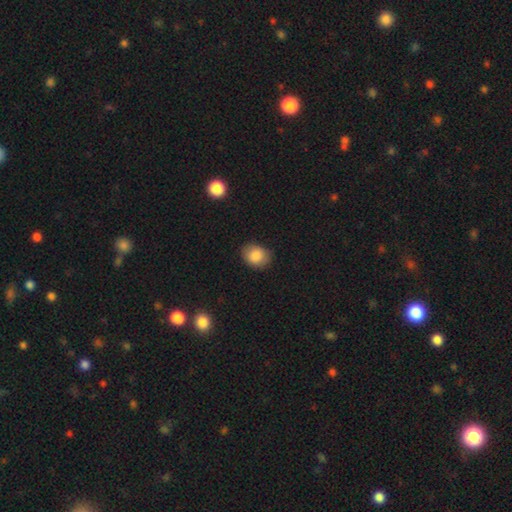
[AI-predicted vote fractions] smooth 86%, star or artifact 8%, featured or disk 6%. Down the decision tree: how rounded — in between (51%); merging — none (81%).